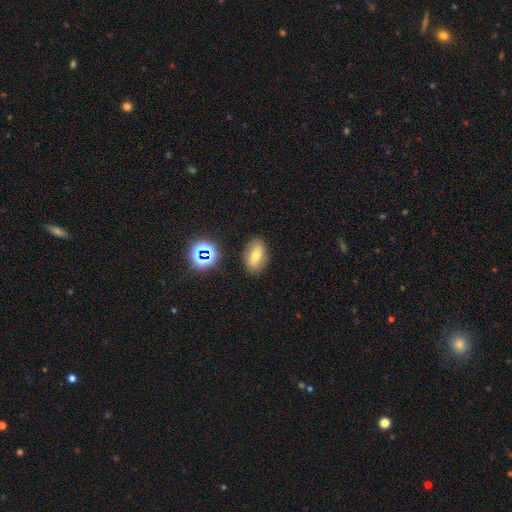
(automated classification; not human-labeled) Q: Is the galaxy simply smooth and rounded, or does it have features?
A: smooth — 66%.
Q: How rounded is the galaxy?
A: in between — 86%.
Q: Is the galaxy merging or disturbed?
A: none — 84%.